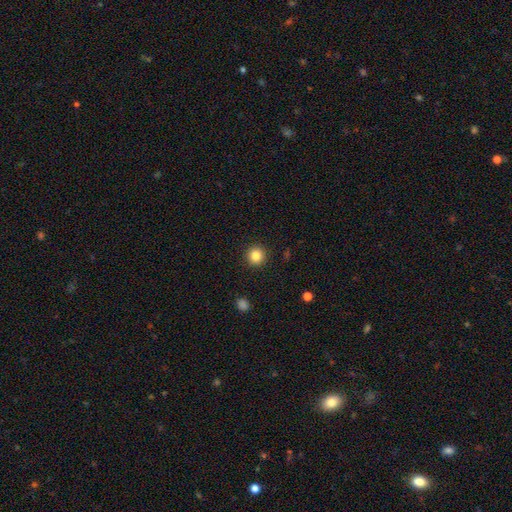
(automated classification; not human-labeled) This appears to be a smooth galaxy with no disk features (84%) that is round (95%). Merging: none (92%).